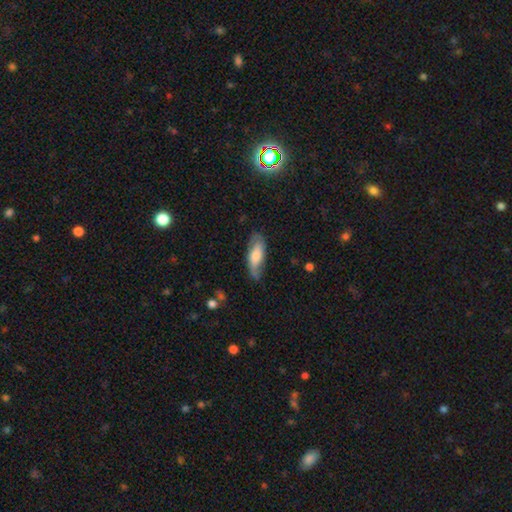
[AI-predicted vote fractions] Smooth or featured? smooth (57%)
How rounded? in between (69%)
Merging? none (70%)